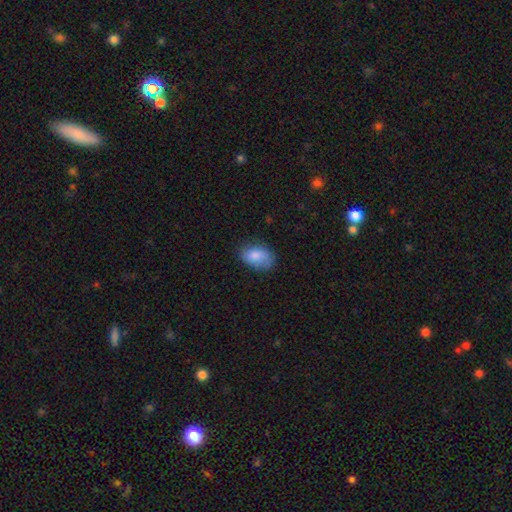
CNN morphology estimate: type=smooth (84%); roundness=in between (87%); merging=none (70%).